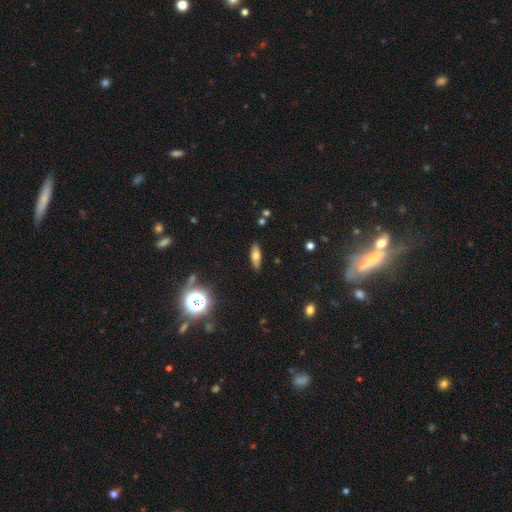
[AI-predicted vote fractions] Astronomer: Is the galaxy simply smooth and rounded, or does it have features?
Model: smooth — 67%.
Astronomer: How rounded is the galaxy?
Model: in between — 68%.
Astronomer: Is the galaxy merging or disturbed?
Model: none — 85%.